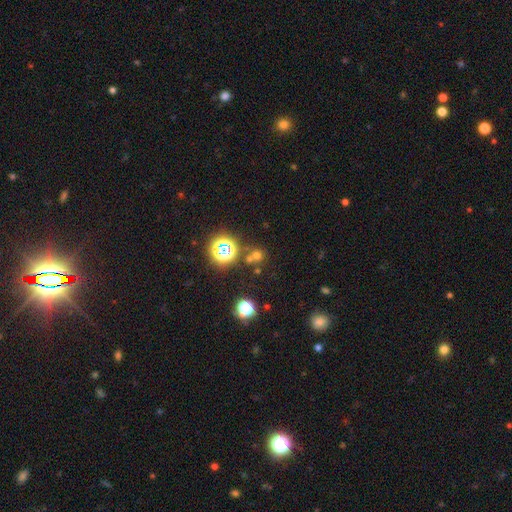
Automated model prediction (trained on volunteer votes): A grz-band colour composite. It shows a smooth galaxy with no disk features (51%) that is round (87%). Merging: none (63%).